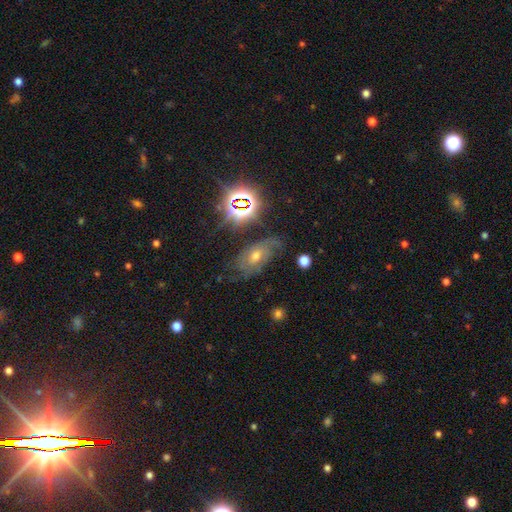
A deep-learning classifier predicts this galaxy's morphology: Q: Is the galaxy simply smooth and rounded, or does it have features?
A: featured or disk — 50%.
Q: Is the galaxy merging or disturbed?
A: none — 57%.